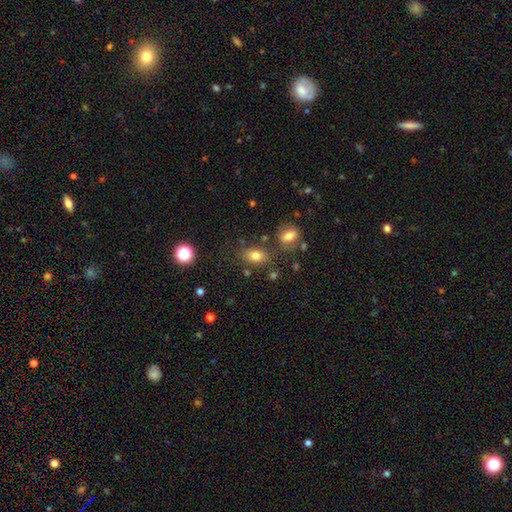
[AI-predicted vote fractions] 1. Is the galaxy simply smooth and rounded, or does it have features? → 78% smooth, 12% star or artifact, 10% featured or disk.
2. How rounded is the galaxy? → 80% in between, 18% round, 2% cigar-shaped.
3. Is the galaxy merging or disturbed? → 73% none, 14% minor disturbance, 9% merger, 5% major disturbance.